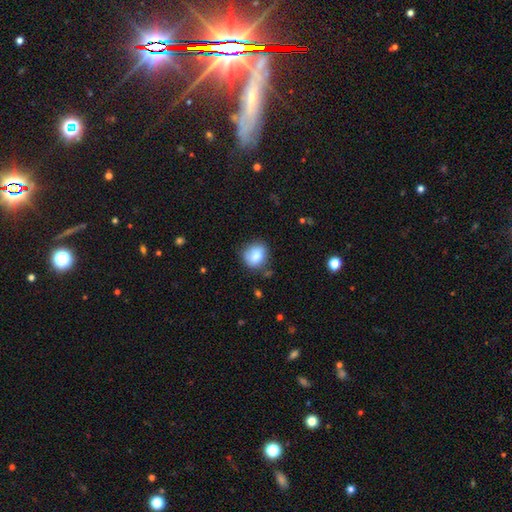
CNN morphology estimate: Smooth or featured? Predicted: smooth (p=0.82). How rounded? Predicted: round (p=0.68). Merging? Predicted: none (p=0.69).